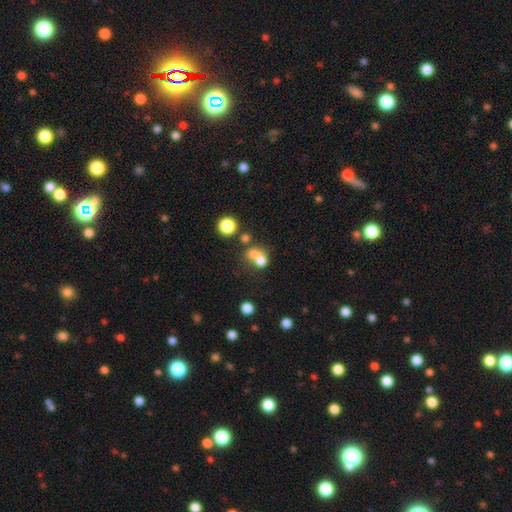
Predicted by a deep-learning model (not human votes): smooth 68%, featured or disk 17%, star or artifact 15%. Down the decision tree: how rounded — round (70%); merging — merger (58%).